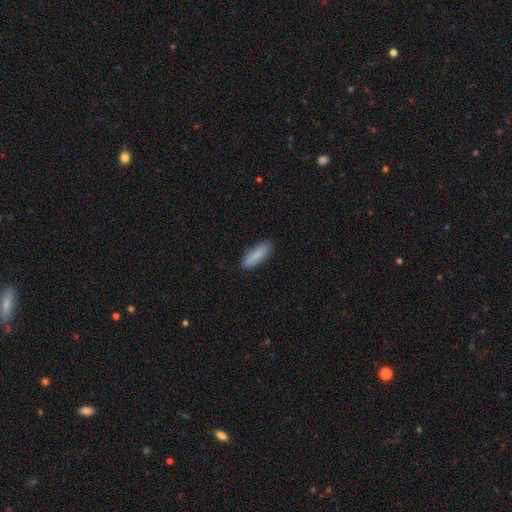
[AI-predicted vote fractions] This appears to be a smooth galaxy with no disk features (87%) that is cigar-shaped (51%). Merging: none (84%).